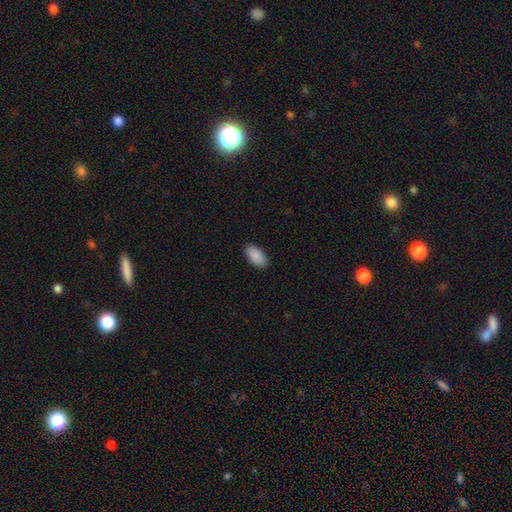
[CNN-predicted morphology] Smooth or featured? Predicted: smooth (p=0.91). How rounded? Predicted: in between (p=0.95). Merging? Predicted: none (p=0.89).